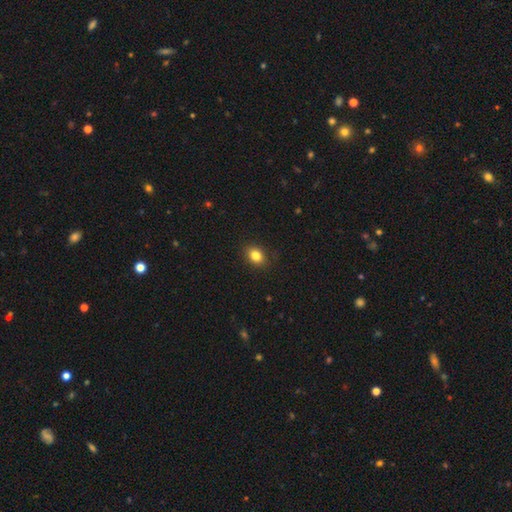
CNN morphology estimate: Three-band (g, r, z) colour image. It shows a smooth galaxy with no disk features (83%) that is in between round and cigar-shaped (59%). Merging: none (87%).